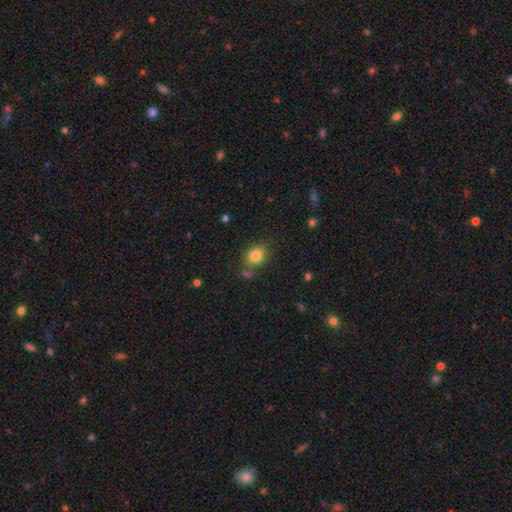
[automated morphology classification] This appears to be a smooth galaxy with no disk features (83%) that is round (55%). Merging: none (72%).